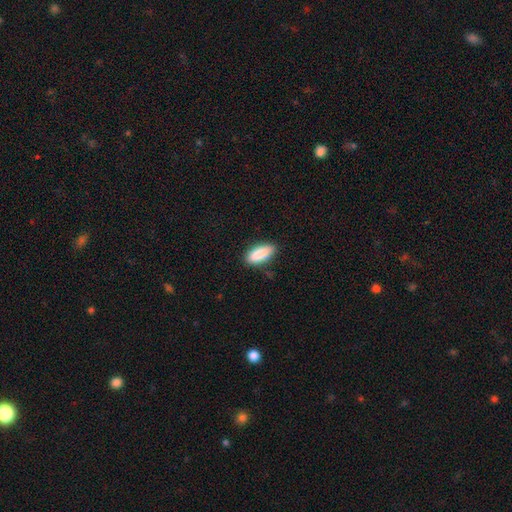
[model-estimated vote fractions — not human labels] smooth 88%, star or artifact 6%, featured or disk 6%. Down the decision tree: how rounded — in between (77%); merging — none (79%).